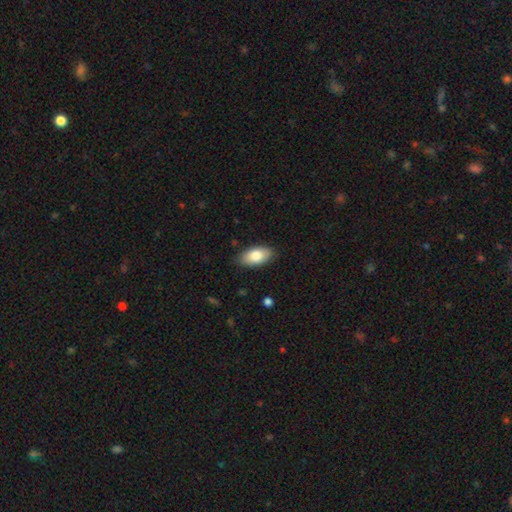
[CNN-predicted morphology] Smooth or featured? Predicted: smooth (p=0.81). How rounded? Predicted: in between (p=0.93). Merging? Predicted: none (p=0.86).